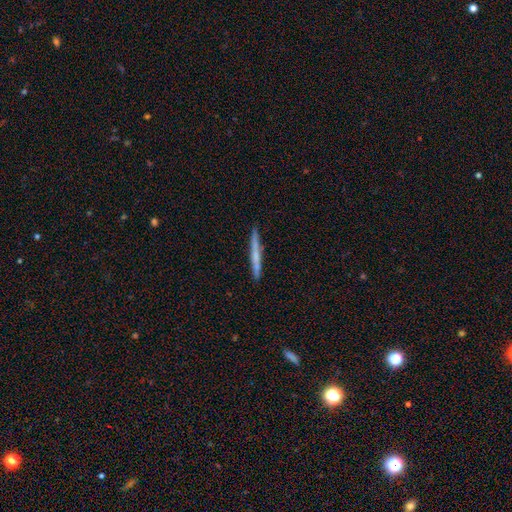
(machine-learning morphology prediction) smooth-or-featured: smooth: 50% | featured or disk: 44% | star or artifact: 6%
  how-rounded: cigar-shaped: 96% | in between: 2% | round: 1%
  merging: none: 90% | minor disturbance: 7% | major disturbance: 1% | merger: 1%